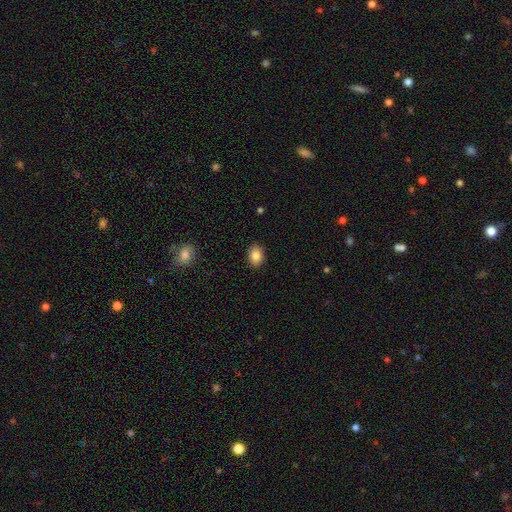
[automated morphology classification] smooth 87%, star or artifact 8%, featured or disk 5%. Down the decision tree: how rounded — in between (68%); merging — none (88%).